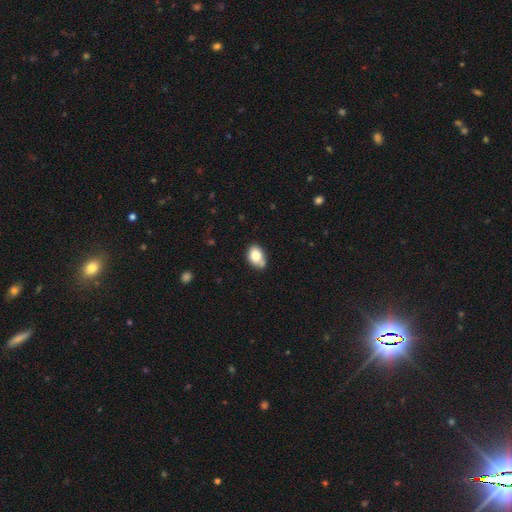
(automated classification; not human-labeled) Smooth or featured: smooth — 79% (featured or disk — 12%)
How rounded: in between — 77% (round — 22%)
Merging: none — 57% (minor disturbance — 26%)